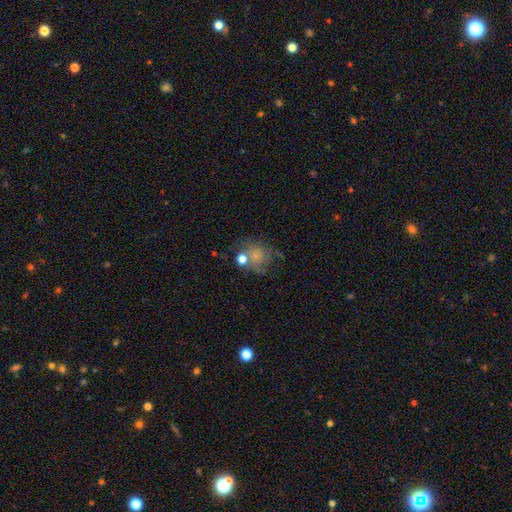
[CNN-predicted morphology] type=smooth (61%); roundness=round (72%); merging=none (42%).